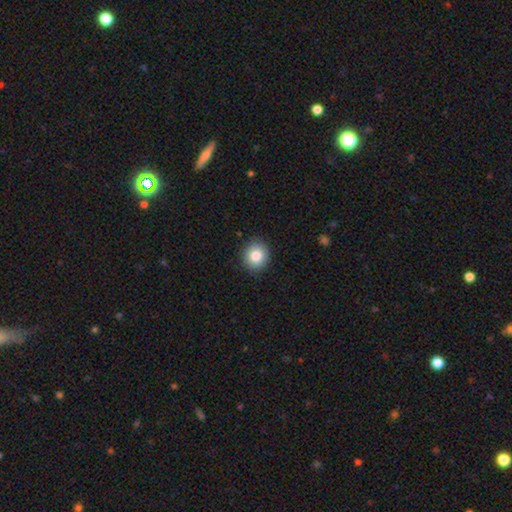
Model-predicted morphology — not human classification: The model was most divided on "how rounded": round: 82%, in between: 17%, cigar-shaped: 1%. More confident: merging — none (89%); smooth or featured — smooth (84%).